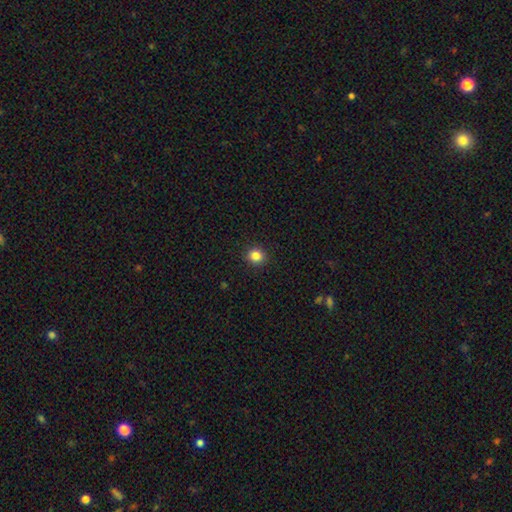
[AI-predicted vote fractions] The model was most divided on "smooth or featured": smooth: 84%, star or artifact: 11%, featured or disk: 4%. More confident: merging — none (92%); how rounded — round (88%).